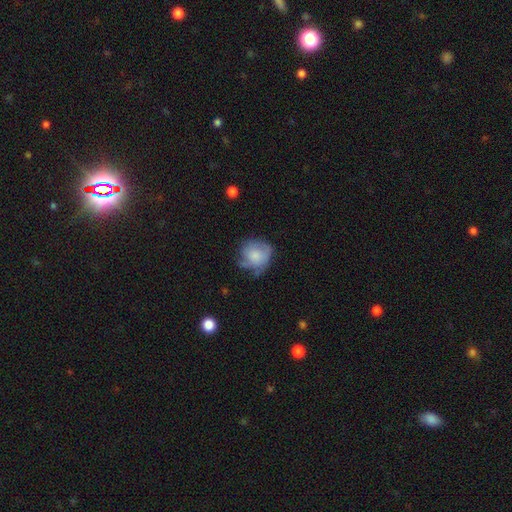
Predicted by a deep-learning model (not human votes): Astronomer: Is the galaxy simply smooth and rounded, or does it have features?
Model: smooth — 62%.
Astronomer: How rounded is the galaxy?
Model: round — 79%.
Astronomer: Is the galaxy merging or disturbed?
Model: none — 47% (runner-up: minor disturbance, 33%).